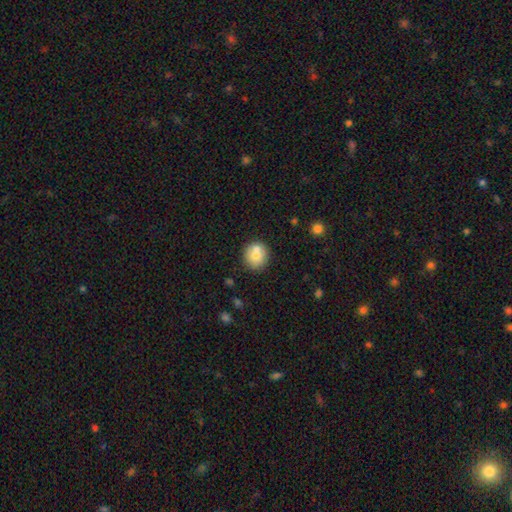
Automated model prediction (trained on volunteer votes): A smooth galaxy with no disk features (72%) that is round (88%).

Vote fractions:
- Smooth or featured? smooth: 72% / featured or disk: 19% / star or artifact: 9%
- How rounded? round: 88% / in between: 11% / cigar-shaped: 1%
- Merging? none: 63% / merger: 24% / minor disturbance: 10% / major disturbance: 3%